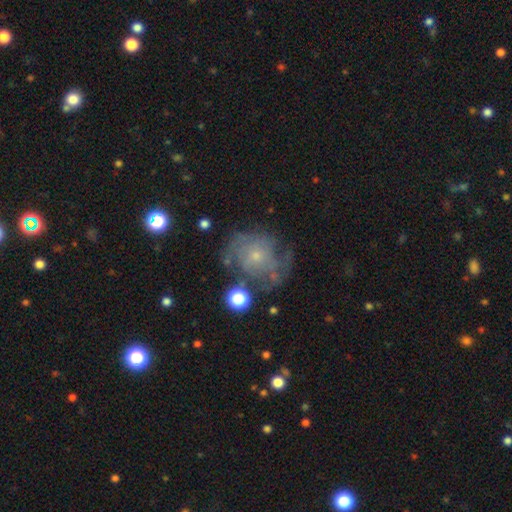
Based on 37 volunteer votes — This appears to be a featured or disk galaxy (70%) with no bar (65%), medium (52%) spiral arms (81%) and a small central bulge (73%). Merging: none (53%).